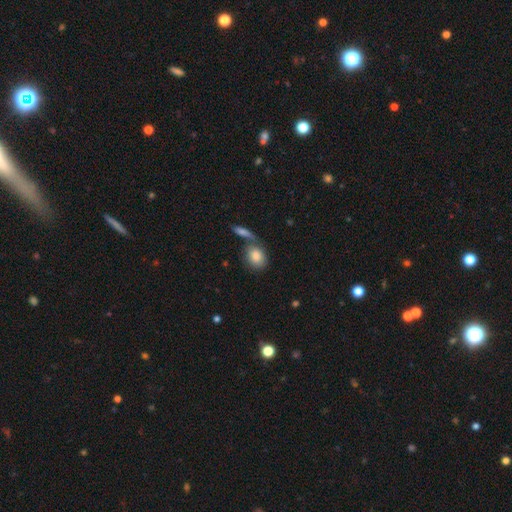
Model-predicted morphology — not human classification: The model was most divided on "merging": none: 52%, merger: 31%, minor disturbance: 12%, major disturbance: 5%. More confident: smooth or featured — smooth (84%); how rounded — in between (68%).